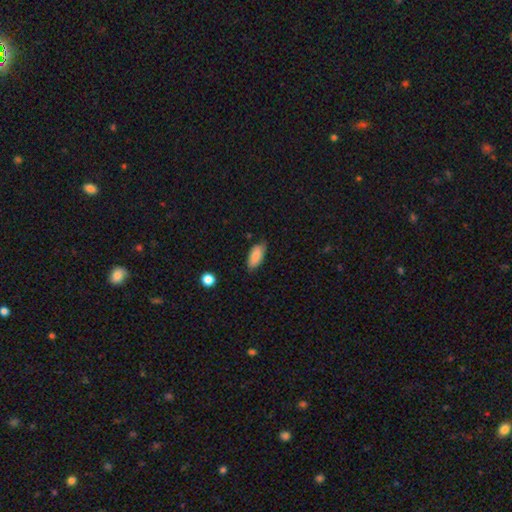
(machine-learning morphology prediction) Smooth or featured: smooth — 86% (featured or disk — 7%)
How rounded: in between — 87% (cigar-shaped — 11%)
Merging: none — 78% (minor disturbance — 18%)